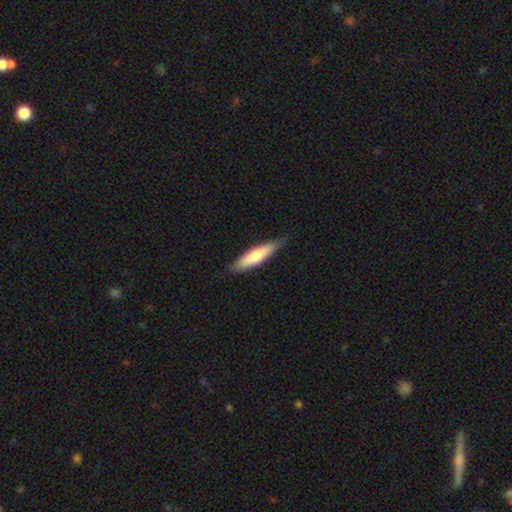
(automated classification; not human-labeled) A smooth galaxy with no disk features (66%) that is cigar-shaped (73%).

Vote fractions:
- Smooth or featured? smooth: 66% / featured or disk: 29% / star or artifact: 5%
- How rounded? cigar-shaped: 73% / in between: 25% / round: 2%
- Merging? none: 85% / minor disturbance: 12% / major disturbance: 2% / merger: 1%